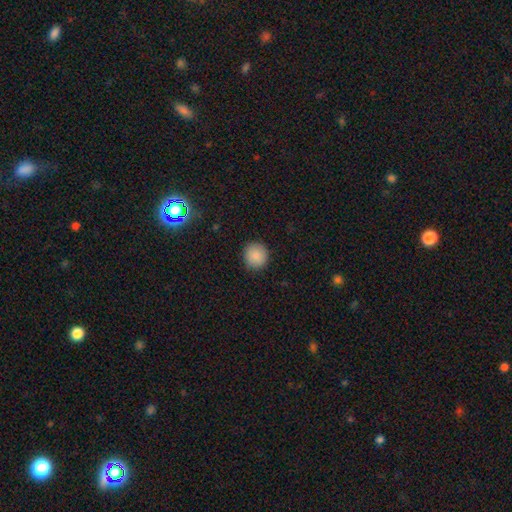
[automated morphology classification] smooth-or-featured: smooth: 87% | star or artifact: 9% | featured or disk: 4%
  how-rounded: round: 93% | in between: 6% | cigar-shaped: 1%
  merging: none: 89% | minor disturbance: 8% | major disturbance: 2% | merger: 1%